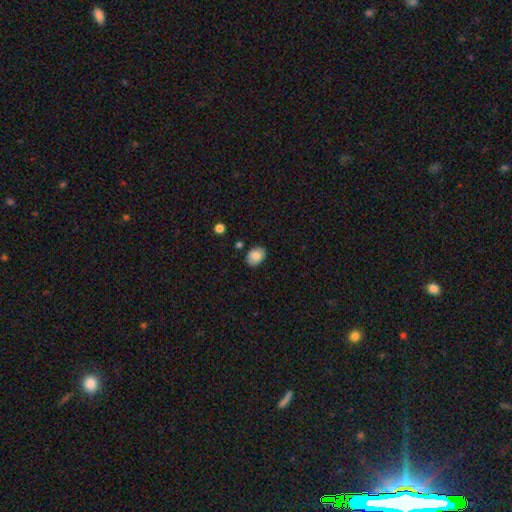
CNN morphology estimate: This appears to be a smooth galaxy with no disk features (78%) that is in between round and cigar-shaped (71%). Merging: none (85%).